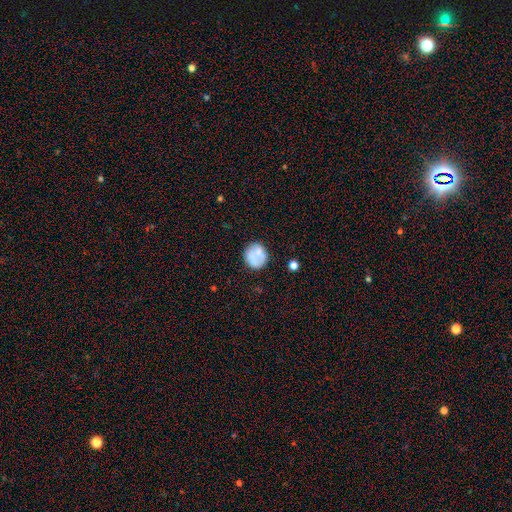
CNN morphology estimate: This is likely a smooth galaxy (72%). How rounded: clearly round (84%). Merging: likely none (67%).